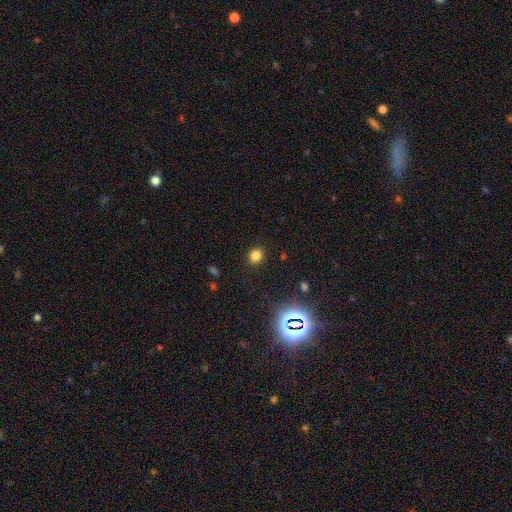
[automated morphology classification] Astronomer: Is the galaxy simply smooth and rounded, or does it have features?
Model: smooth — 78%.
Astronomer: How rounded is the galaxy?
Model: round — 72%.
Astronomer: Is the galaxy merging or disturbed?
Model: none — 89%.